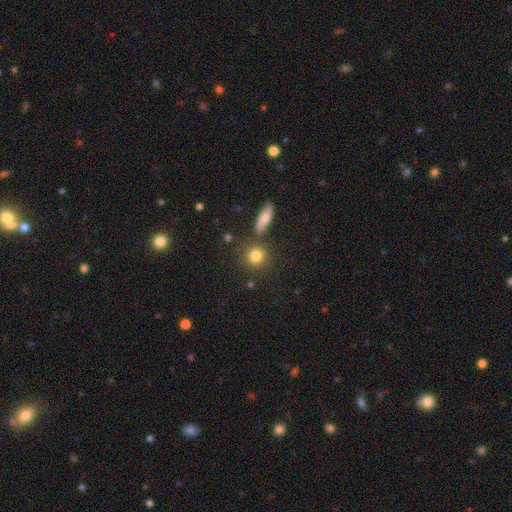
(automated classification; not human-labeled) smooth-or-featured: smooth: 80% | star or artifact: 11% | featured or disk: 9%
  how-rounded: round: 83% | in between: 15% | cigar-shaped: 3%
  merging: none: 75% | merger: 11% | minor disturbance: 10% | major disturbance: 4%